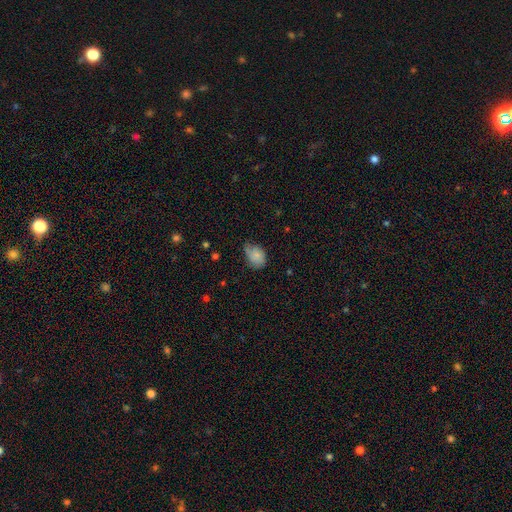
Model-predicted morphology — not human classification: A smooth galaxy with no disk features (77%) that is in between round and cigar-shaped (76%).

Vote fractions:
- Smooth or featured? smooth: 77% / featured or disk: 15% / star or artifact: 8%
- How rounded? in between: 76% / round: 23% / cigar-shaped: 1%
- Merging? none: 43% / minor disturbance: 42% / major disturbance: 13% / merger: 2%